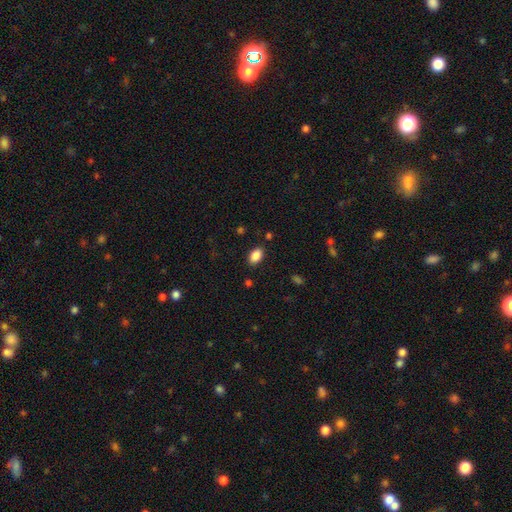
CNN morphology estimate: A smooth galaxy with no disk features (87%) that is in between round and cigar-shaped (90%).

Vote fractions:
- Smooth or featured? smooth: 87% / star or artifact: 8% / featured or disk: 4%
- How rounded? in between: 90% / round: 8% / cigar-shaped: 2%
- Merging? none: 86% / minor disturbance: 10% / major disturbance: 3% / merger: 2%